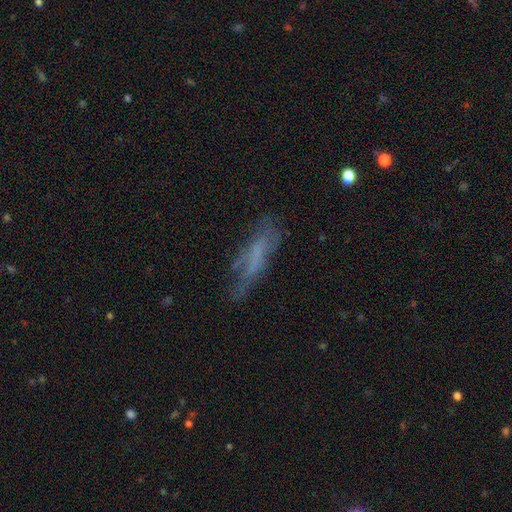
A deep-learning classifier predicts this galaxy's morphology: The model was most divided on "smooth or featured": smooth: 45%, featured or disk: 43%, star or artifact: 12%. More confident: merging — none (54%).